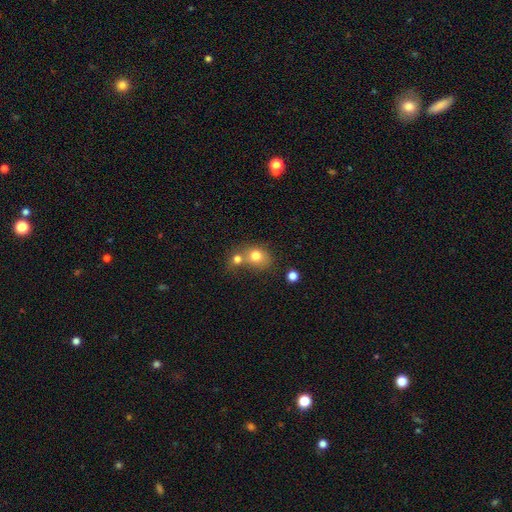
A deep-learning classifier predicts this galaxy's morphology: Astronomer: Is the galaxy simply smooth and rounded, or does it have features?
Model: smooth — 76%.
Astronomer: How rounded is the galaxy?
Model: round — 64%.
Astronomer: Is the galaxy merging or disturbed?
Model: merger — 50% (runner-up: none, 36%).